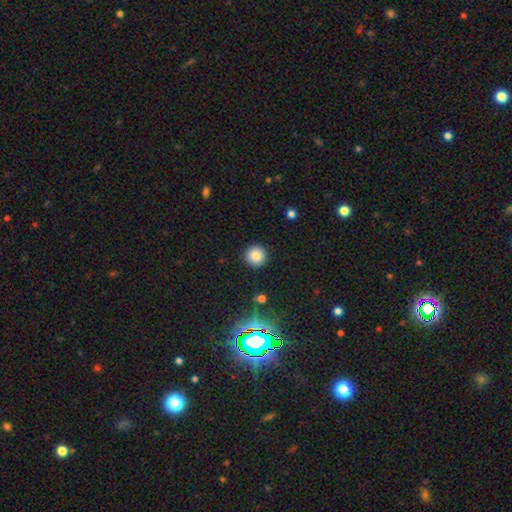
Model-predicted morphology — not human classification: smooth 82%, star or artifact 12%, featured or disk 5%. Down the decision tree: how rounded — round (95%); merging — none (92%).